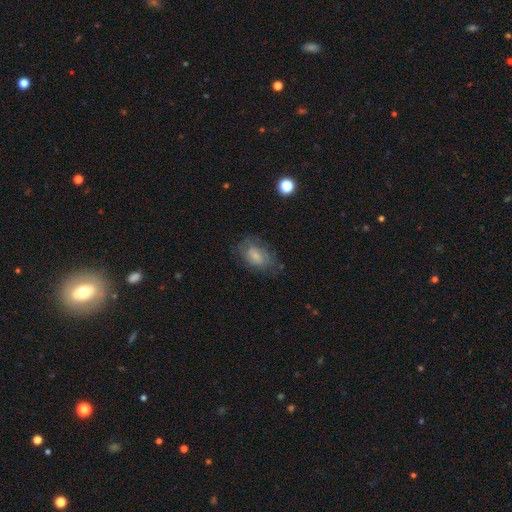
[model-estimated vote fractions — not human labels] Morphology: type=smooth (56%); roundness=in between (86%); merging=none (61%).